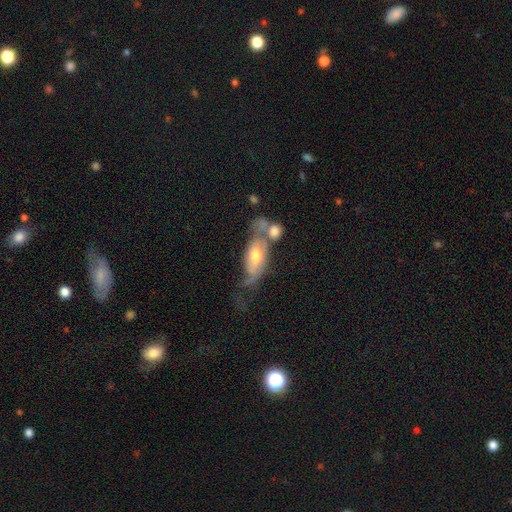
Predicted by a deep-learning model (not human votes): The model was most divided on "smooth or featured": featured or disk: 54%, smooth: 39%, star or artifact: 7%. Remaining: edge-on disk — no (83%); merging — merger (43%).